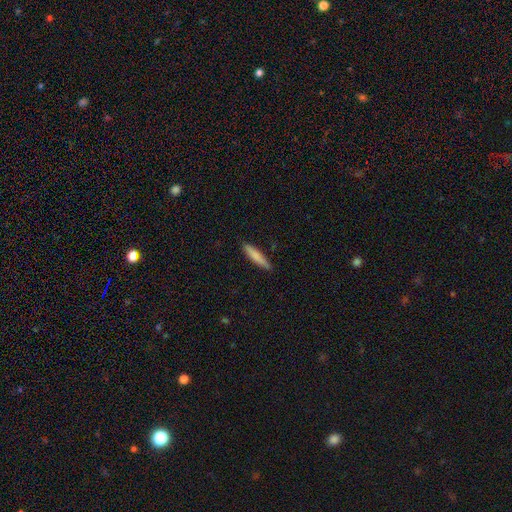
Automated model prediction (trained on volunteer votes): The model was most divided on "smooth or featured": smooth: 79%, featured or disk: 15%, star or artifact: 6%. More confident: merging — none (88%); how rounded — cigar-shaped (87%).